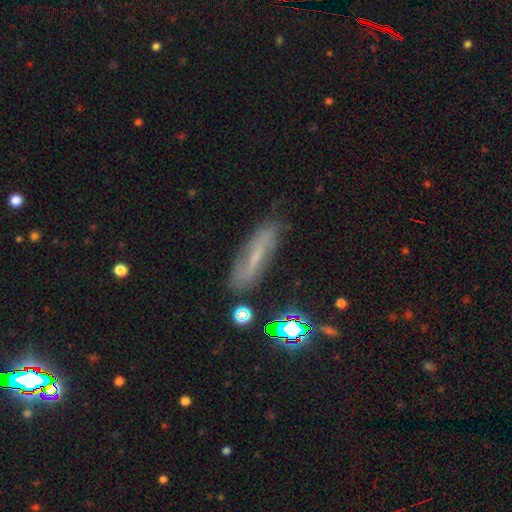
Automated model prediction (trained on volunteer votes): Overall: featured or disk (45%; smooth 38%). Merging: none (74%).